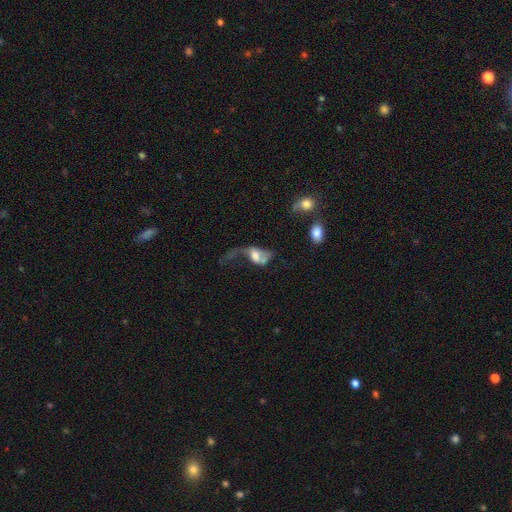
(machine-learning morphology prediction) smooth-or-featured: featured or disk: 52% | smooth: 38% | star or artifact: 10%
  disk-edge-on: no: 93% | yes: 7%
  merging: major disturbance: 47% | merger: 28% | none: 14% | minor disturbance: 11%